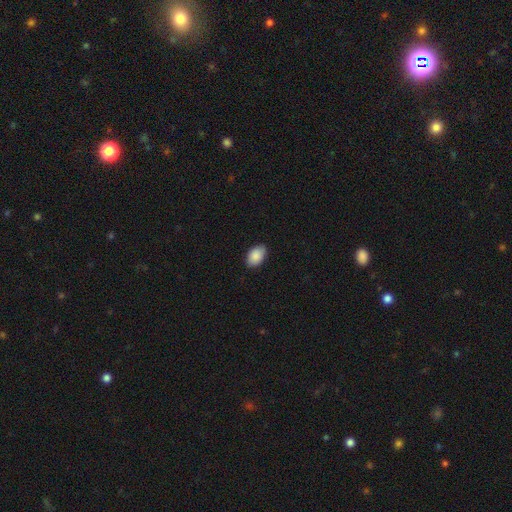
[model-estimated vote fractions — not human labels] A smooth galaxy with no disk features (89%) that is in between round and cigar-shaped (91%). Merging: none (87%).